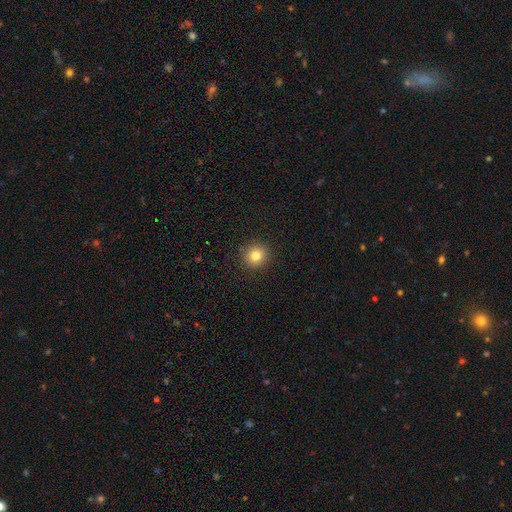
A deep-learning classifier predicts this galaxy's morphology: Smooth or featured: smooth — 82% (star or artifact — 11%)
How rounded: round — 89% (in between — 10%)
Merging: none — 91% (minor disturbance — 6%)